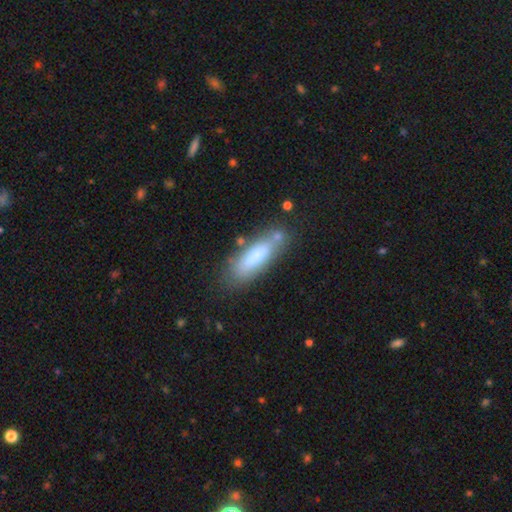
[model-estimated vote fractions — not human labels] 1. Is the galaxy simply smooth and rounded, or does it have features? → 73% smooth, 20% featured or disk, 7% star or artifact.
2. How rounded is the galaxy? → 52% cigar-shaped, 46% in between, 2% round.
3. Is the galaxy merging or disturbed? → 70% none, 17% minor disturbance, 8% merger, 5% major disturbance.